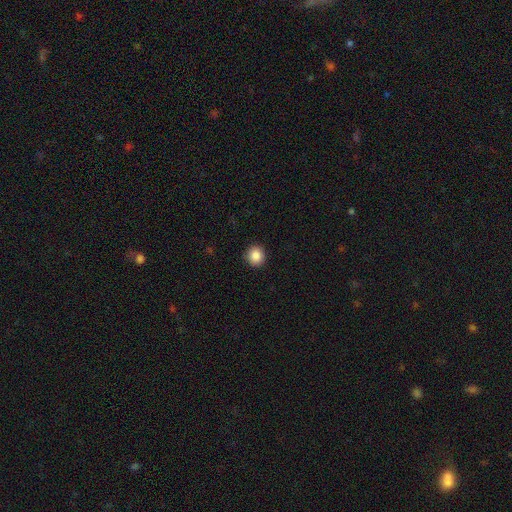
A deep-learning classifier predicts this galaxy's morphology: Q: Smooth or featured?
A: smooth (87%); runner-up: star or artifact (9%)
Q: How rounded?
A: round (89%); runner-up: in between (10%)
Q: Merging?
A: none (92%); runner-up: minor disturbance (6%)